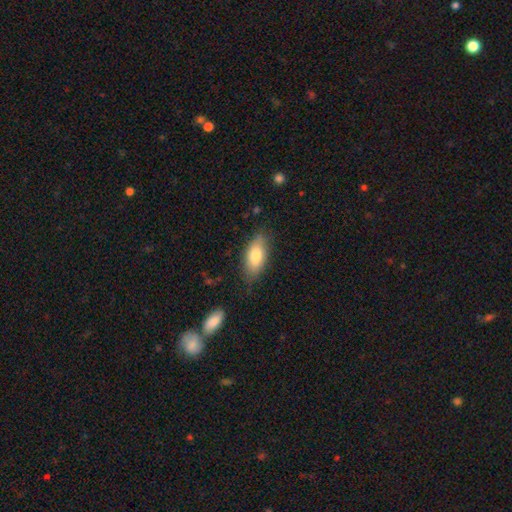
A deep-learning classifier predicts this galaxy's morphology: Smooth or featured: smooth — 77% (featured or disk — 16%)
How rounded: in between — 86% (cigar-shaped — 10%)
Merging: none — 75% (minor disturbance — 20%)